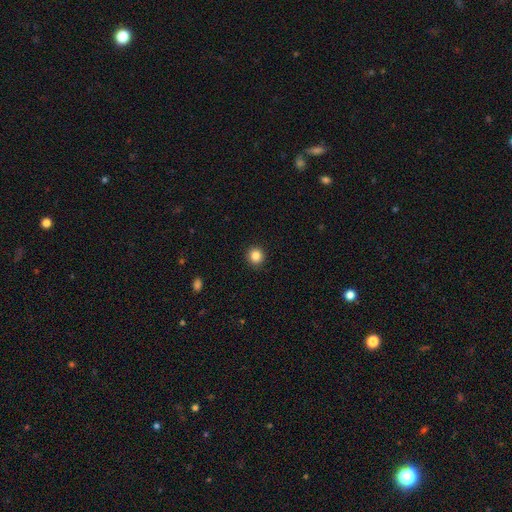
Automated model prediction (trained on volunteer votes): Smooth or featured? Predicted: smooth (p=0.86). How rounded? Predicted: round (p=0.92). Merging? Predicted: none (p=0.92).